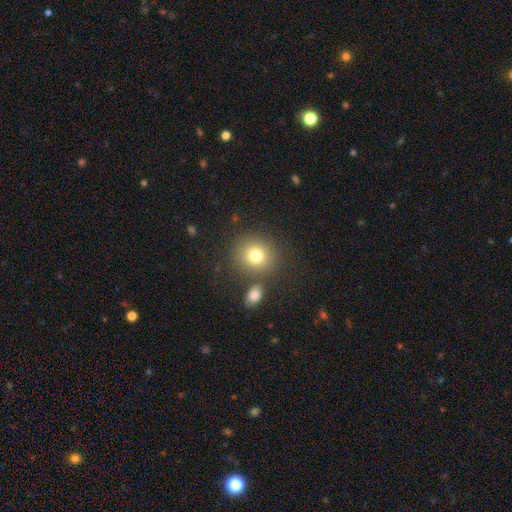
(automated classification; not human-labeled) Overall: smooth (78%). How rounded: round (83%). Merging: none (75%).